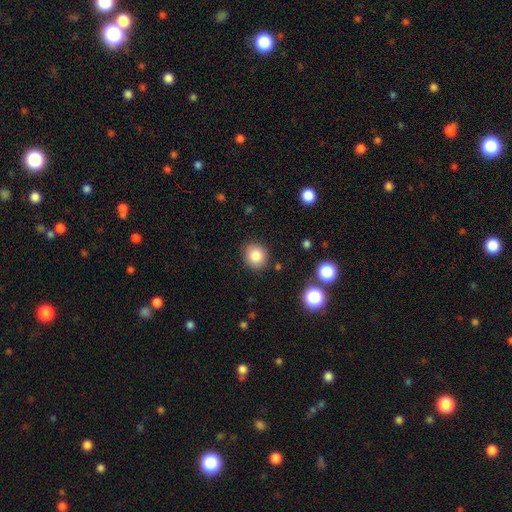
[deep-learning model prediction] smooth_or_featured: smooth (p=0.83) [alt: star or artifact p=0.10]
how_rounded: round (p=0.83) [alt: in between p=0.16]
merging: none (p=0.87) [alt: minor disturbance p=0.08]